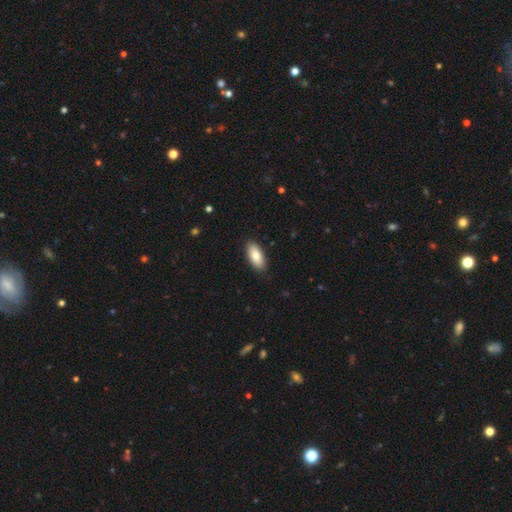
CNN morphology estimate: Smooth or featured? smooth (82%)
How rounded? in between (86%)
Merging? none (88%)